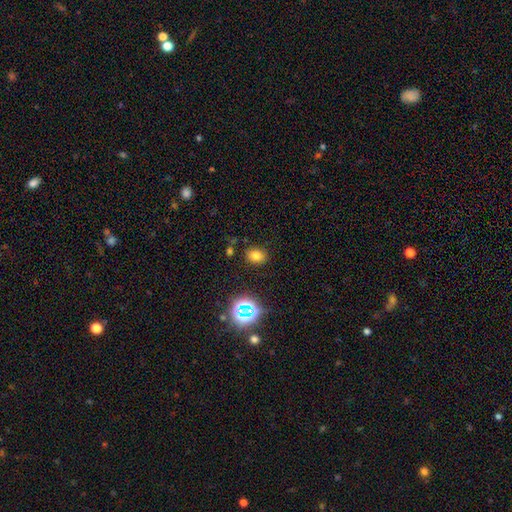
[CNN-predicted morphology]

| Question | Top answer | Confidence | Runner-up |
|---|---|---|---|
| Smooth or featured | smooth | 72% | star or artifact (20%) |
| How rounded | in between | 58% | round (41%) |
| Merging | none | 83% | minor disturbance (11%) |